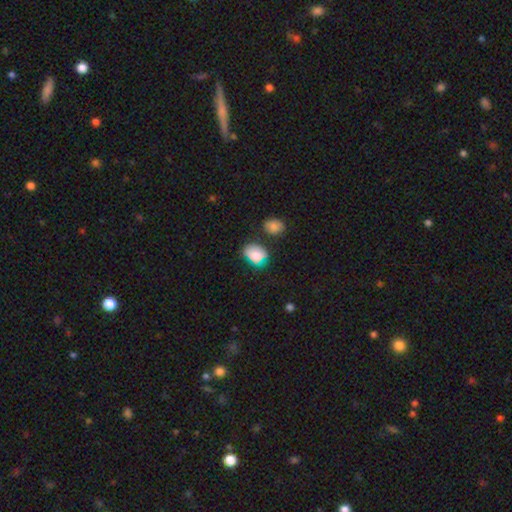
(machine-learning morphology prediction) This is likely a smooth galaxy (74%). How rounded: likely in between (71%). Merging: likely none (61%).